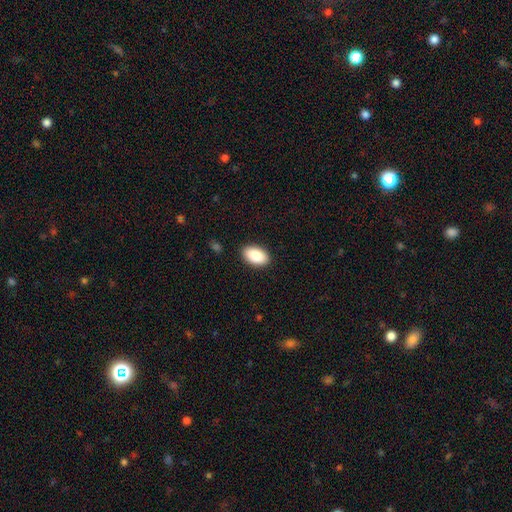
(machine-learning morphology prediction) Smooth or featured? Predicted: smooth (p=0.89). How rounded? Predicted: in between (p=0.94). Merging? Predicted: none (p=0.89).